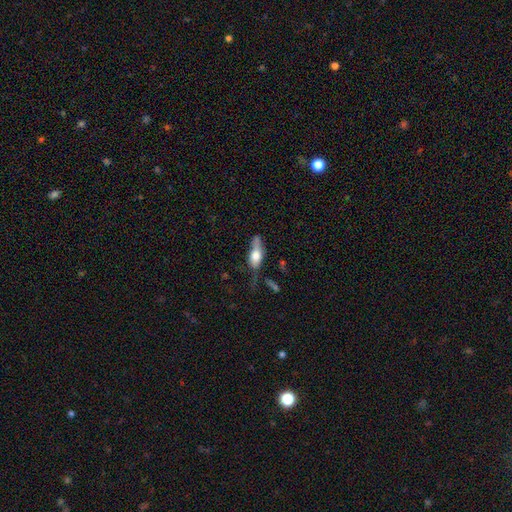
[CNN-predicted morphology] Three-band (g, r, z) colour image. It shows a smooth galaxy with no disk features (63%) that is in between round and cigar-shaped (69%). Merging: none (42%).